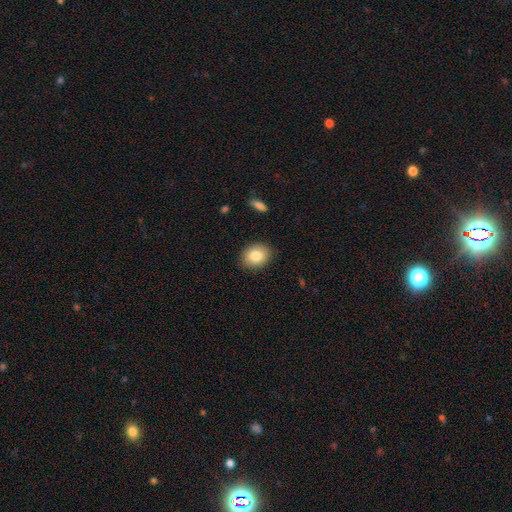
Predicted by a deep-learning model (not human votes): smooth 83%, featured or disk 9%, star or artifact 8%. Down the decision tree: how rounded — in between (60%); merging — none (88%).